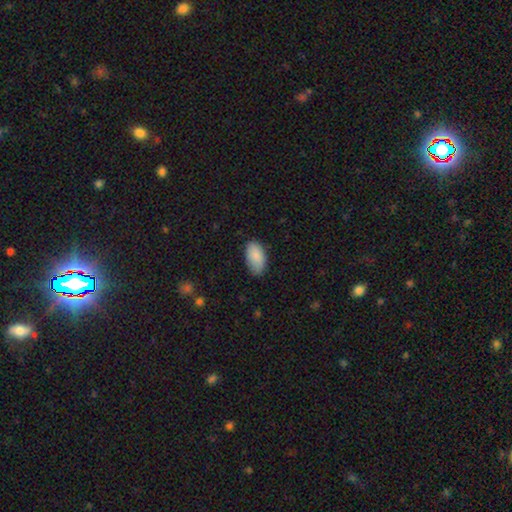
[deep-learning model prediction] This appears to be a smooth galaxy with no disk features (87%) that is in between round and cigar-shaped (95%). Merging: none (75%).